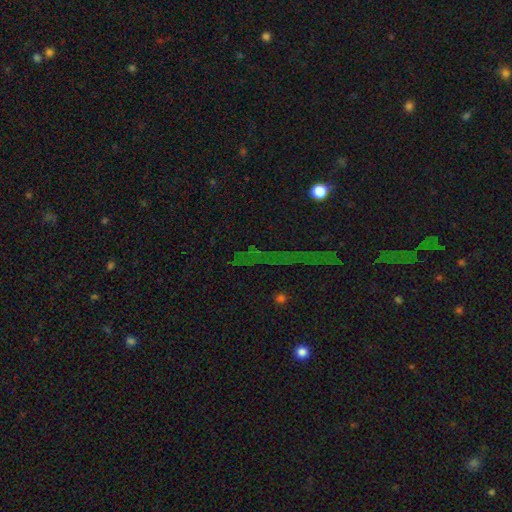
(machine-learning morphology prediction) This appears to be a star or artifact, not a galaxy (73%).